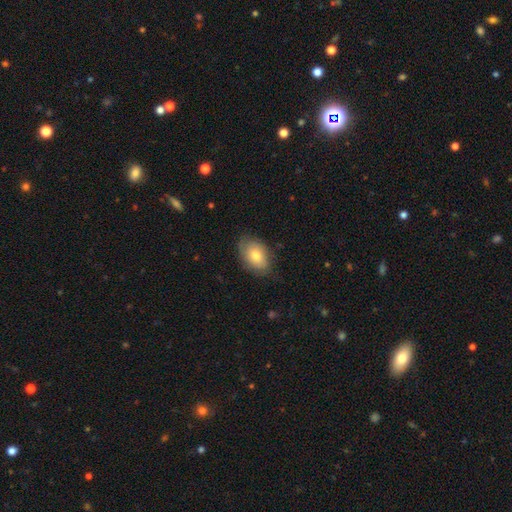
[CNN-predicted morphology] This is likely a smooth galaxy (74%). How rounded: clearly in between (86%). Merging: likely none (75%).